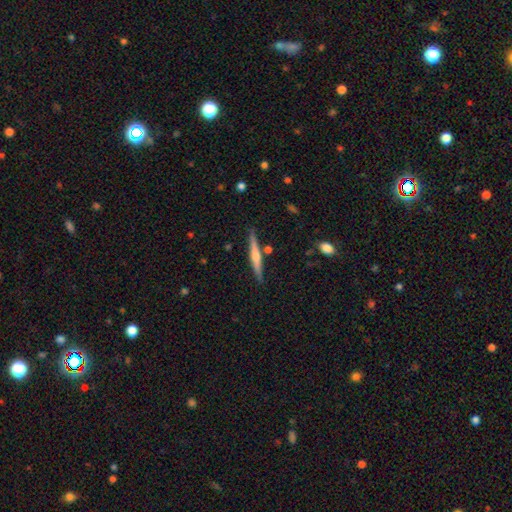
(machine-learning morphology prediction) Smooth or featured?
  - featured or disk: 62% *
  - smooth: 32%
  - star or artifact: 6%
Edge-on disk?
  - yes: 97% *
  - no: 3%
Edge-on bulge?
  - rounded: 77% *
  - none: 16%
  - boxy: 8%
Merging?
  - none: 87% *
  - minor disturbance: 8%
  - merger: 3%
  - major disturbance: 2%